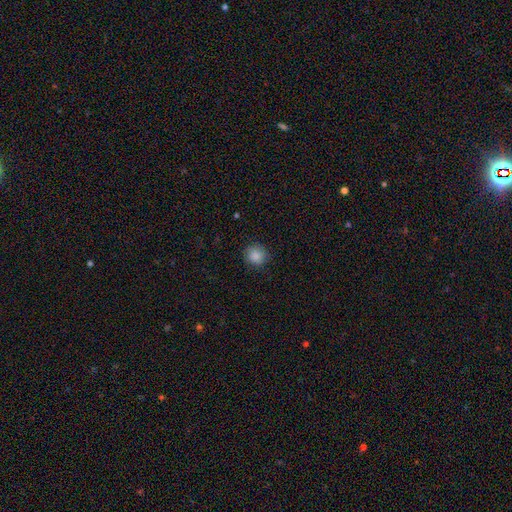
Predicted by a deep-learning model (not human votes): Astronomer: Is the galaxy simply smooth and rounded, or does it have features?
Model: smooth — 87%.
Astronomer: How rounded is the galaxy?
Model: round — 88%.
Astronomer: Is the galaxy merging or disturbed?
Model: none — 87%.